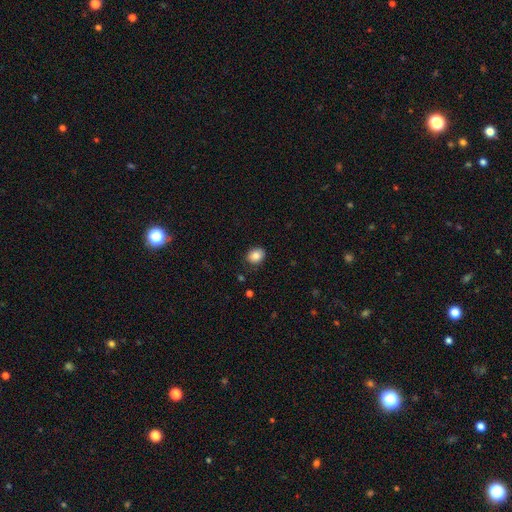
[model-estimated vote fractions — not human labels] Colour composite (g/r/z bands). It shows a smooth galaxy with no disk features (84%) that is round (51%). Merging: none (84%).